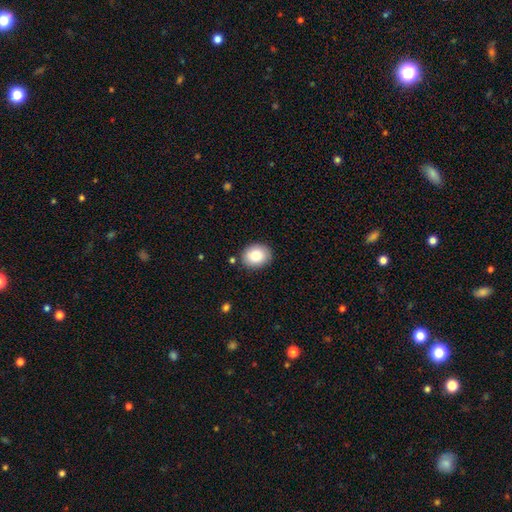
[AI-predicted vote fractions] Smooth or featured?
  - smooth: 85% *
  - star or artifact: 8%
  - featured or disk: 7%
How rounded?
  - in between: 50% *
  - round: 49%
  - cigar-shaped: 1%
Merging?
  - none: 85% *
  - minor disturbance: 11%
  - major disturbance: 2%
  - merger: 2%